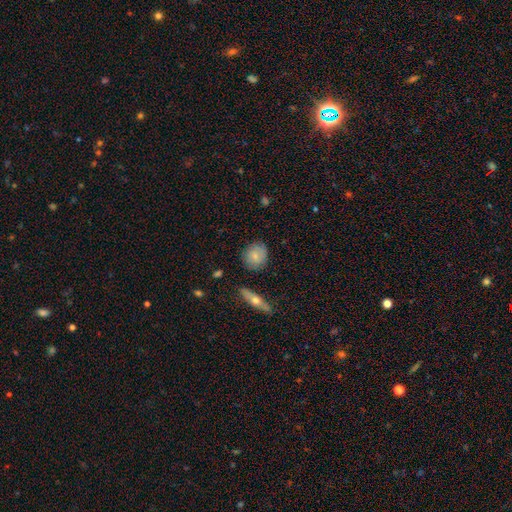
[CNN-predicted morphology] Smooth or featured? smooth (73%)
How rounded? round (73%)
Merging? none (82%)